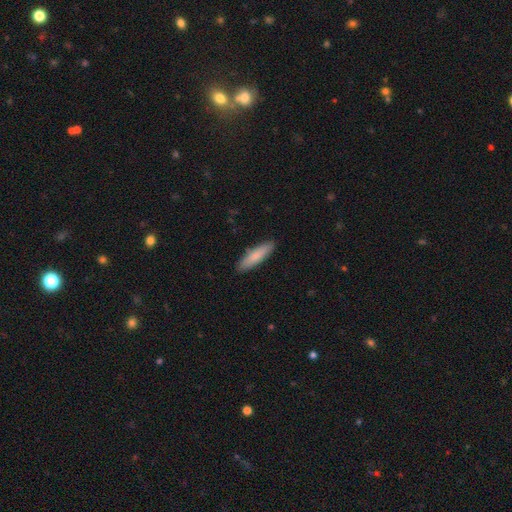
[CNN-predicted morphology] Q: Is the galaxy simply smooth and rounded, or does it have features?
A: smooth — 81%.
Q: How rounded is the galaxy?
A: cigar-shaped — 74%.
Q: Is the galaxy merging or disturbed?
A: none — 89%.